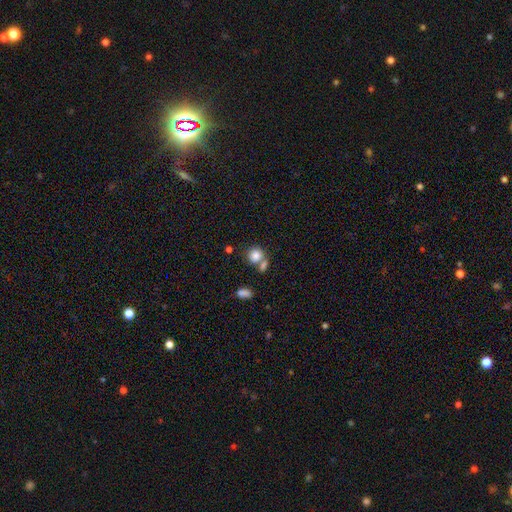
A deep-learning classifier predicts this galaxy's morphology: Q: Smooth or featured?
A: smooth (82%); runner-up: star or artifact (10%)
Q: How rounded?
A: round (78%); runner-up: in between (21%)
Q: Merging?
A: none (48%); runner-up: merger (37%)